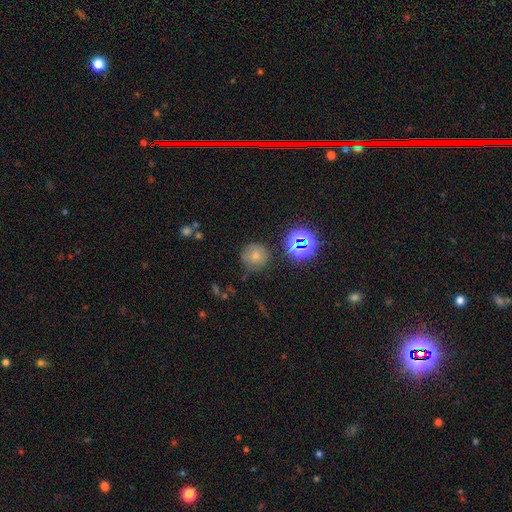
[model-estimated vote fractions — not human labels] Overall: smooth (67%). How rounded: round (93%). Merging: none (79%).